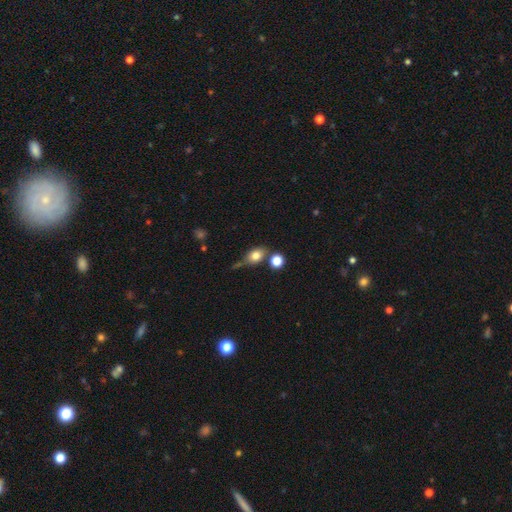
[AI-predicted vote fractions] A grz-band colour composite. It shows a smooth galaxy with no disk features (78%) that is in between round and cigar-shaped (68%). Merging: none (57%).